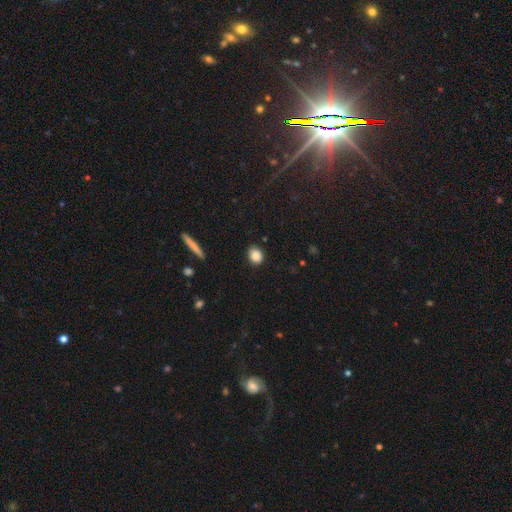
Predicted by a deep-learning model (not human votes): This appears to be a smooth galaxy with no disk features (87%) that is round (56%). Merging: none (85%).